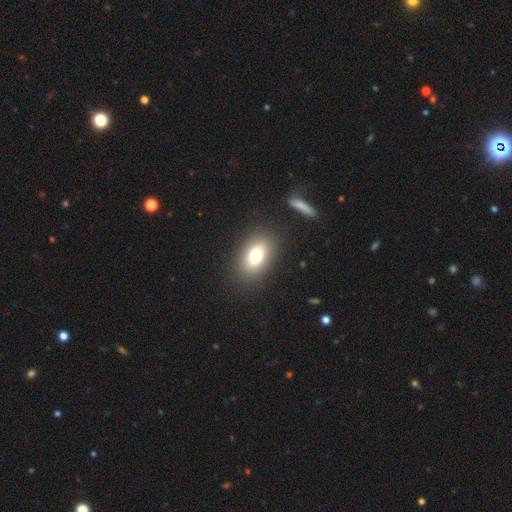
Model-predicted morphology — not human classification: A smooth galaxy with no disk features (75%) that is in between round and cigar-shaped (83%). Merging: none (85%).